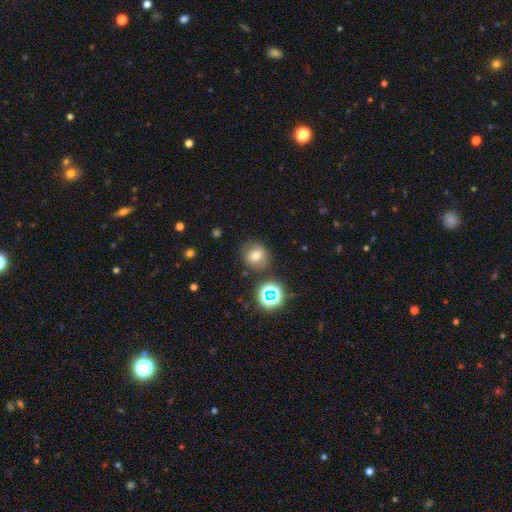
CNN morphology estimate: This is likely a smooth galaxy (71%). How rounded: clearly round (85%). Merging: clearly none (81%).